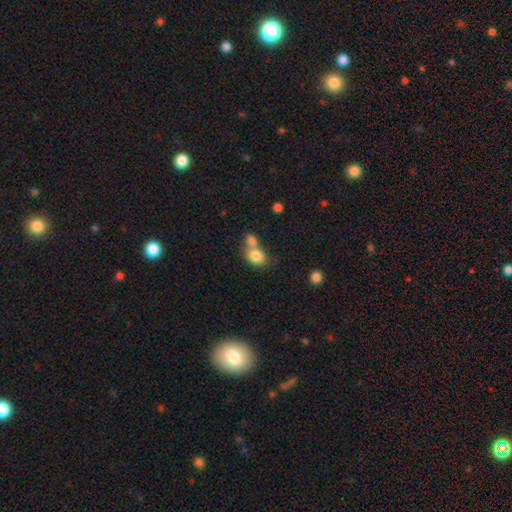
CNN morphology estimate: Smooth or featured? smooth (82%)
How rounded? in between (59%)
Merging? merger (53%)